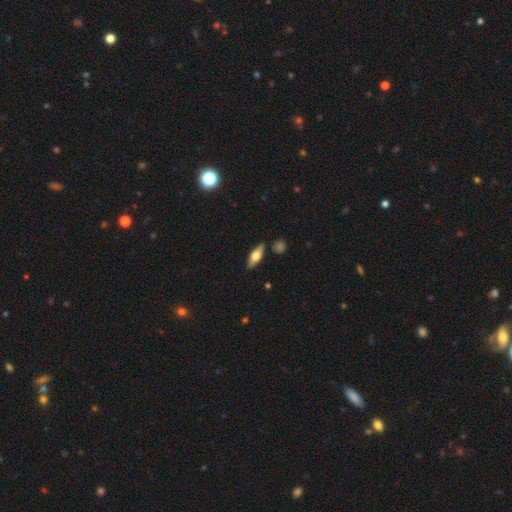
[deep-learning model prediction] The model was most divided on "smooth or featured": featured or disk: 49%, smooth: 44%, star or artifact: 6%. More confident: merging — none (86%).